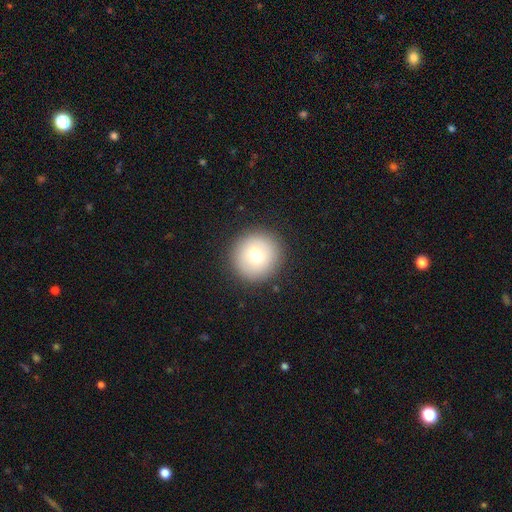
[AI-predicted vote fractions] smooth_or_featured: smooth (p=0.70) [alt: featured or disk p=0.20]
how_rounded: round (p=0.94) [alt: in between p=0.05]
merging: none (p=0.88) [alt: minor disturbance p=0.07]